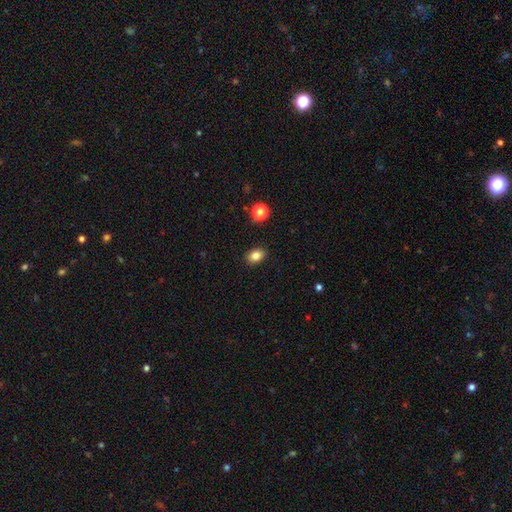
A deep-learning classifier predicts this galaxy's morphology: Smooth or featured?
  - smooth: 83% *
  - star or artifact: 11%
  - featured or disk: 7%
How rounded?
  - in between: 73% *
  - round: 26%
  - cigar-shaped: 1%
Merging?
  - none: 88% *
  - minor disturbance: 8%
  - major disturbance: 2%
  - merger: 1%